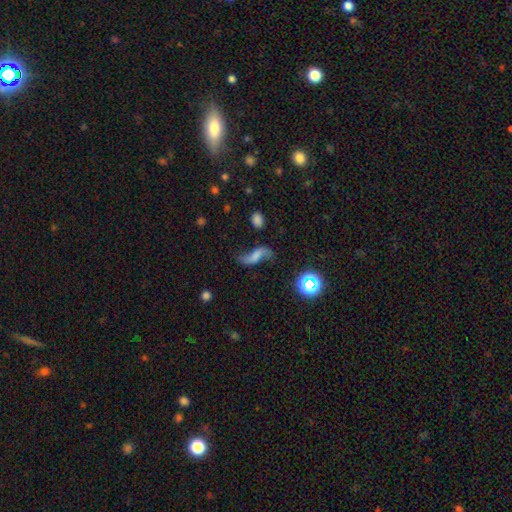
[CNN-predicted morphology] A featured or disk galaxy (61%) with no bar (46%), spiral arms (89%) and no central bulge (47%). Merging: none (60%).